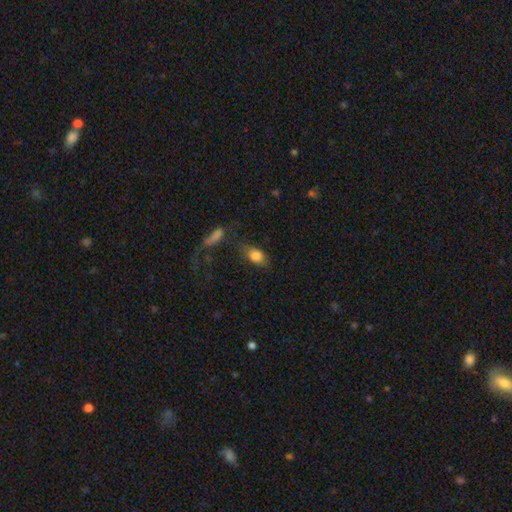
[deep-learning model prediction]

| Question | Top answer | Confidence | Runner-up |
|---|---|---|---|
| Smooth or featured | smooth | 81% | featured or disk (10%) |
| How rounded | in between | 78% | round (16%) |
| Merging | none | 63% | minor disturbance (19%) |